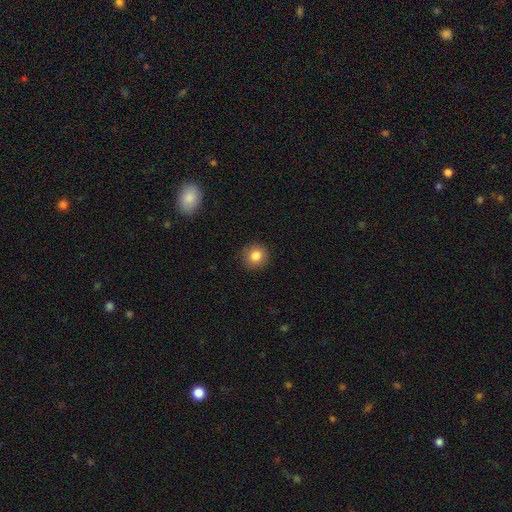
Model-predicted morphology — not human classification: The model was most divided on "smooth or featured": smooth: 84%, star or artifact: 10%, featured or disk: 6%. More confident: how rounded — round (91%); merging — none (90%).